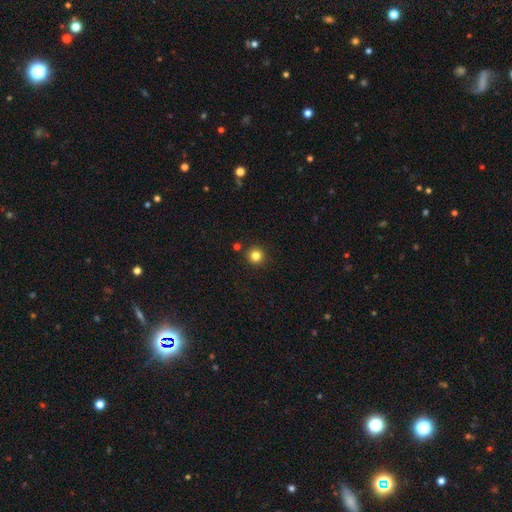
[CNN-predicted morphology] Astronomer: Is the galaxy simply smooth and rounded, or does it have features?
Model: smooth — 82%.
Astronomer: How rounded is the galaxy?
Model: round — 95%.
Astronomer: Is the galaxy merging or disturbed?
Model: none — 90%.